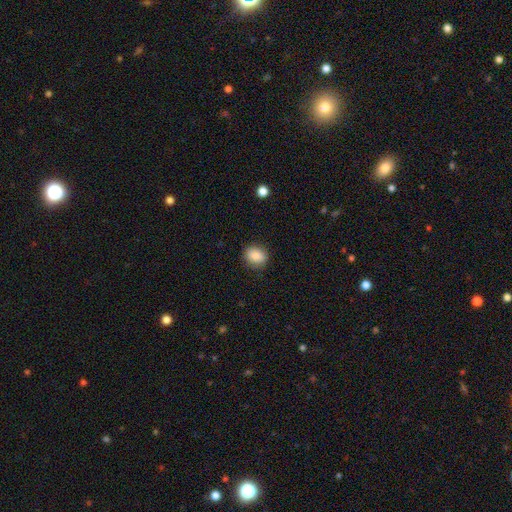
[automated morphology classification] Smooth or featured? Predicted: smooth (p=0.86). How rounded? Predicted: round (p=0.57). Merging? Predicted: none (p=0.86).